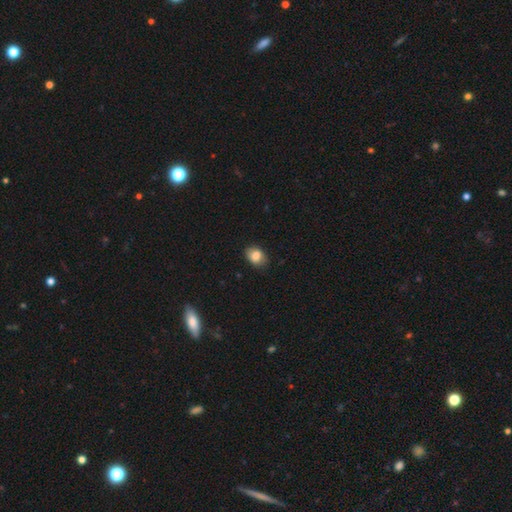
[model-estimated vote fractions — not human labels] Overall: smooth (84%). How rounded: in between (68%; round 31%). Merging: none (79%).